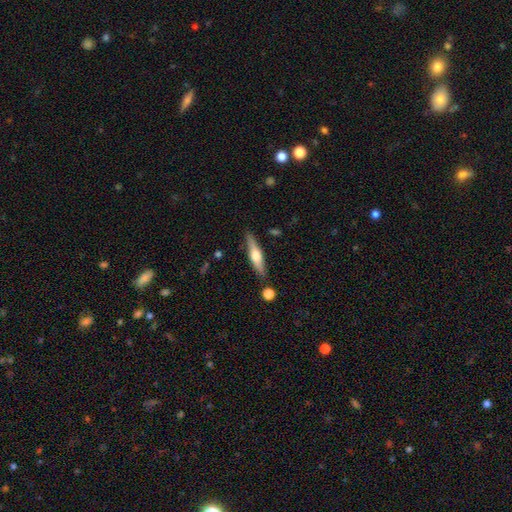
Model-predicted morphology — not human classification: A featured or disk galaxy (52%) viewed edge-on (93%). Merging: none (84%).